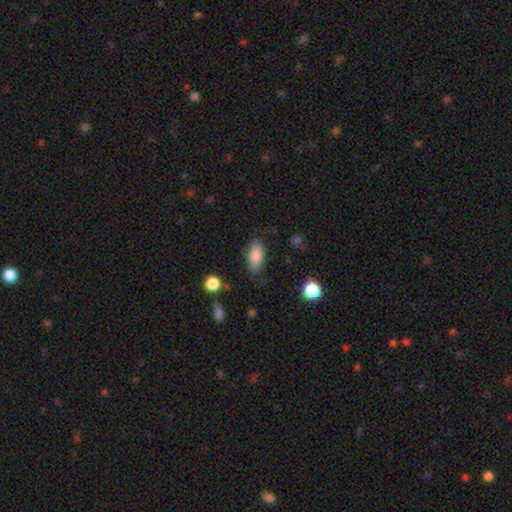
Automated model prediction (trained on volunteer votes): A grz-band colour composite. It shows a smooth galaxy with no disk features (86%) that is in between round and cigar-shaped (90%). Merging: none (81%).